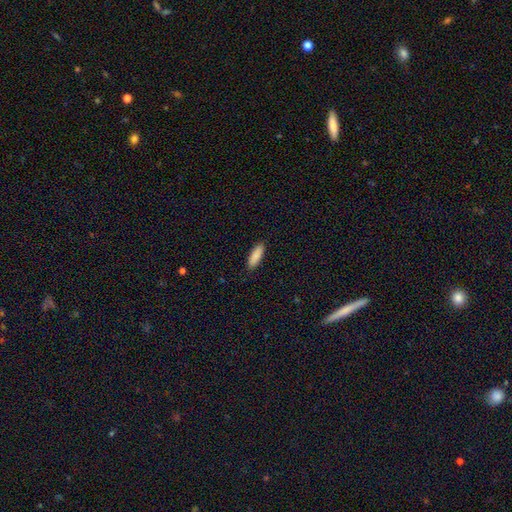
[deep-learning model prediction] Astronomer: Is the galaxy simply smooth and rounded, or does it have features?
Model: smooth — 89%.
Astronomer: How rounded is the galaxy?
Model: in between — 56% (runner-up: cigar-shaped, 43%).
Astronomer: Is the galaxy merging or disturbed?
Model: none — 90%.